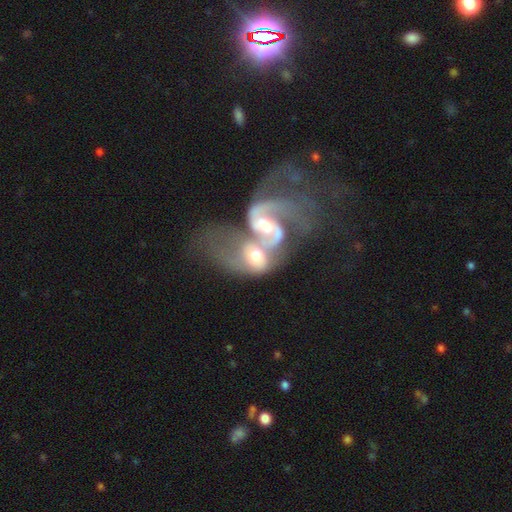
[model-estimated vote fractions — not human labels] smooth_or_featured: featured or disk (p=0.79) [alt: smooth p=0.14]
disk_edge_on: no (p=0.97) [alt: yes p=0.03]
bar: no (p=0.43) [alt: weak p=0.38]
has_spiral_arms: yes (p=0.87) [alt: no p=0.13]
spiral_winding: loose (p=0.50) [alt: medium p=0.38]
spiral_arm_count: 2 (p=0.76) [alt: can't tell p=0.11]
bulge_size: moderate (p=0.61) [alt: small p=0.19]
merging: merger (p=0.80) [alt: major disturbance p=0.10]